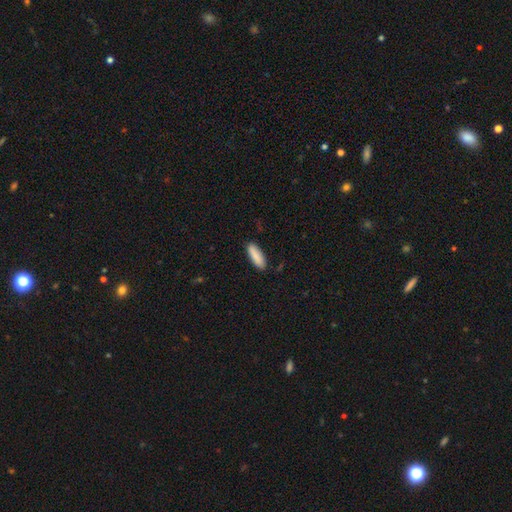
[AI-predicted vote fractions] Smooth or featured? smooth (89%)
How rounded? in between (53%)
Merging? none (88%)